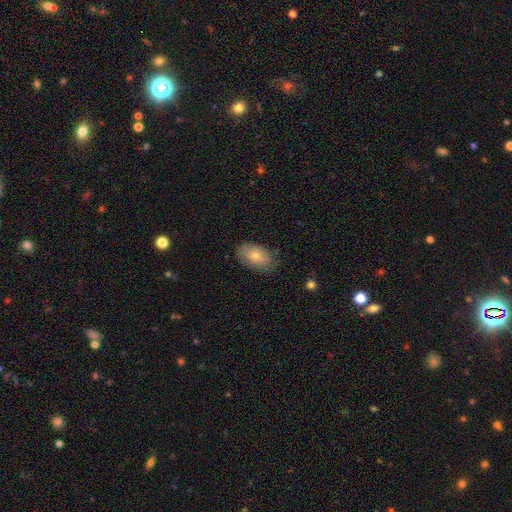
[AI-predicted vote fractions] Smooth or featured?
  - smooth: 63% *
  - featured or disk: 28%
  - star or artifact: 9%
How rounded?
  - in between: 90% *
  - round: 8%
  - cigar-shaped: 2%
Merging?
  - none: 77% *
  - minor disturbance: 18%
  - major disturbance: 4%
  - merger: 1%